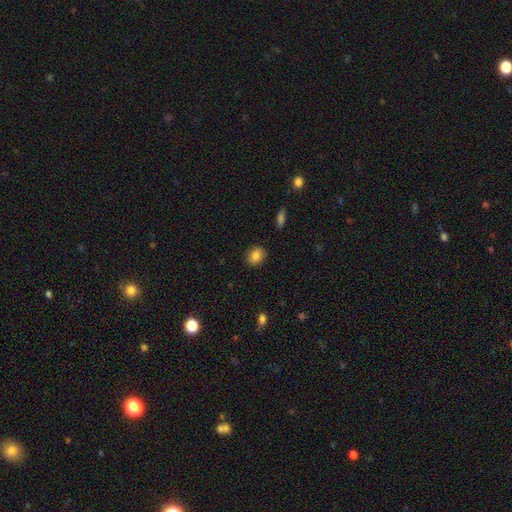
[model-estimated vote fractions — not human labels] The model was most divided on "how rounded": round: 55%, in between: 44%, cigar-shaped: 1%. More confident: merging — none (88%); smooth or featured — smooth (84%).